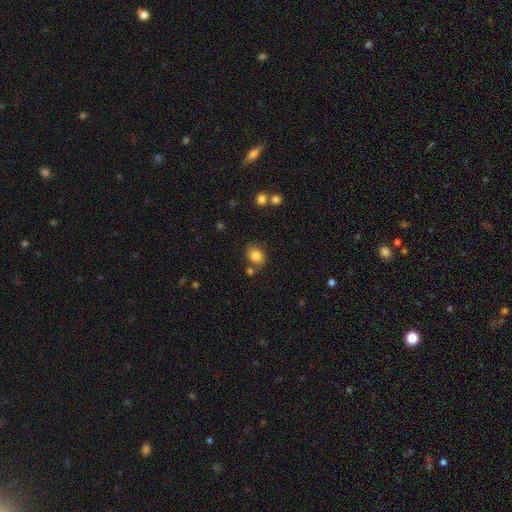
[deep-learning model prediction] smooth-or-featured: smooth: 81% | star or artifact: 10% | featured or disk: 9%
  how-rounded: in between: 52% | round: 47% | cigar-shaped: 1%
  merging: none: 70% | minor disturbance: 15% | merger: 11% | major disturbance: 4%